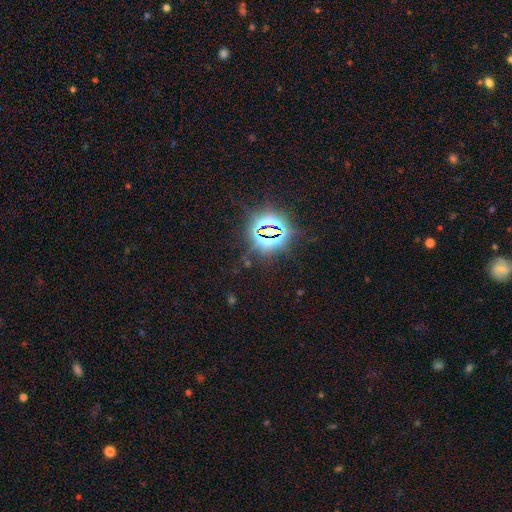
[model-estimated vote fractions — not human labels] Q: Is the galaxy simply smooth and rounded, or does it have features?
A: star or artifact — 83%.